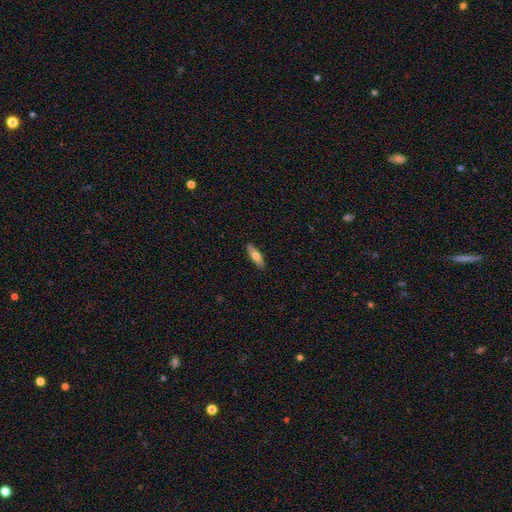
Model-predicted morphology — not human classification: A smooth galaxy with no disk features (66%) that is cigar-shaped (50%).

Vote fractions:
- Smooth or featured? smooth: 66% / featured or disk: 28% / star or artifact: 6%
- How rounded? cigar-shaped: 50% / in between: 47% / round: 2%
- Merging? none: 89% / minor disturbance: 8% / major disturbance: 2% / merger: 1%